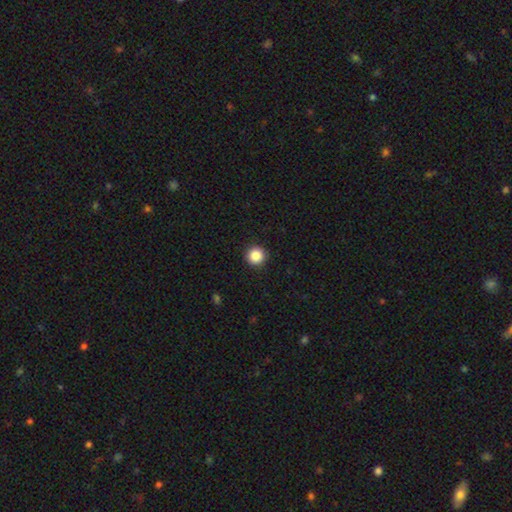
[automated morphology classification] Smooth or featured?
  - smooth: 87% *
  - star or artifact: 10%
  - featured or disk: 3%
How rounded?
  - round: 96% *
  - in between: 3%
  - cigar-shaped: 1%
Merging?
  - none: 92% *
  - minor disturbance: 5%
  - major disturbance: 2%
  - merger: 1%